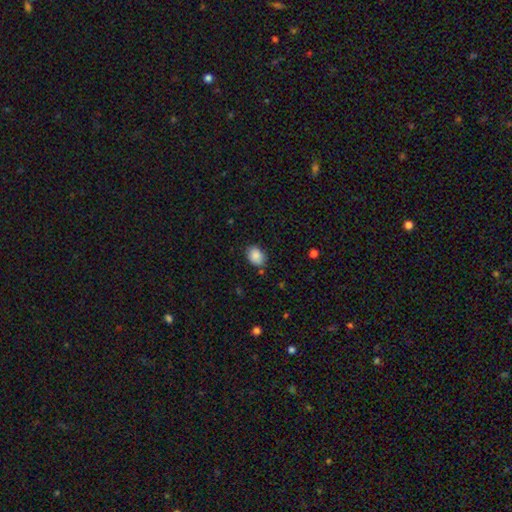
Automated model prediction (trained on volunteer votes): smooth-or-featured: smooth: 88% | star or artifact: 8% | featured or disk: 4%
  how-rounded: in between: 71% | round: 28% | cigar-shaped: 1%
  merging: none: 81% | minor disturbance: 14% | major disturbance: 3% | merger: 2%